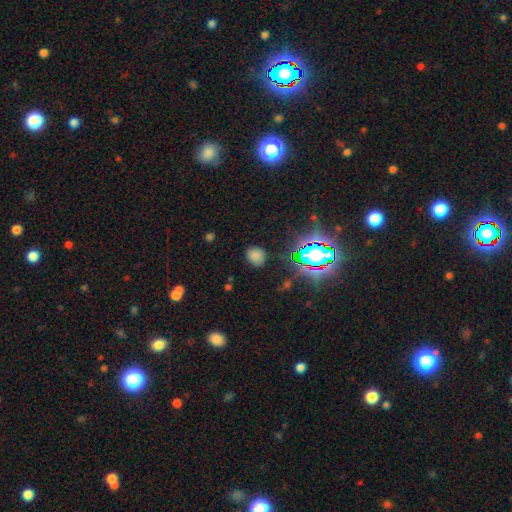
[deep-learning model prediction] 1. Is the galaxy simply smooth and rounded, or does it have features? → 70% smooth, 23% star or artifact, 7% featured or disk.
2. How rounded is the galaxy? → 58% round, 41% in between, 1% cigar-shaped.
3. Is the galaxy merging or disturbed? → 81% none, 13% minor disturbance, 4% major disturbance, 2% merger.